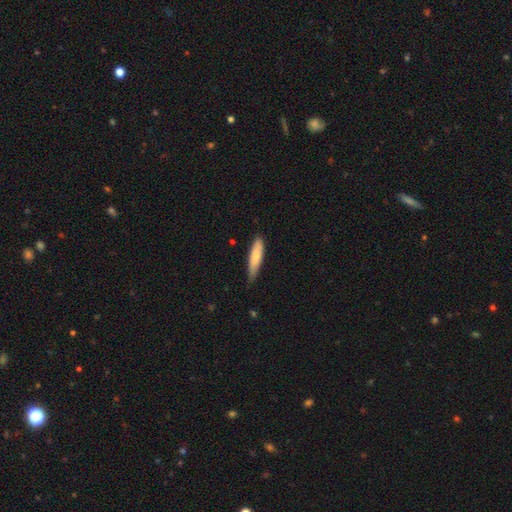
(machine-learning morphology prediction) Smooth or featured? Predicted: smooth (p=0.80). How rounded? Predicted: cigar-shaped (p=0.76). Merging? Predicted: none (p=0.67).